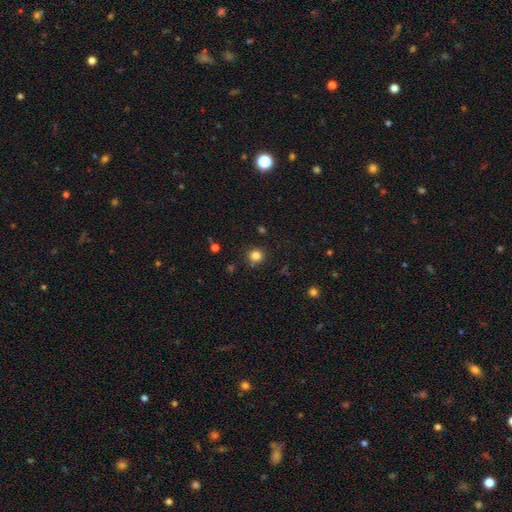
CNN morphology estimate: Smooth or featured?
  - smooth: 81% *
  - star or artifact: 14%
  - featured or disk: 5%
How rounded?
  - round: 92% *
  - in between: 7%
  - cigar-shaped: 1%
Merging?
  - none: 87% *
  - minor disturbance: 7%
  - merger: 3%
  - major disturbance: 2%